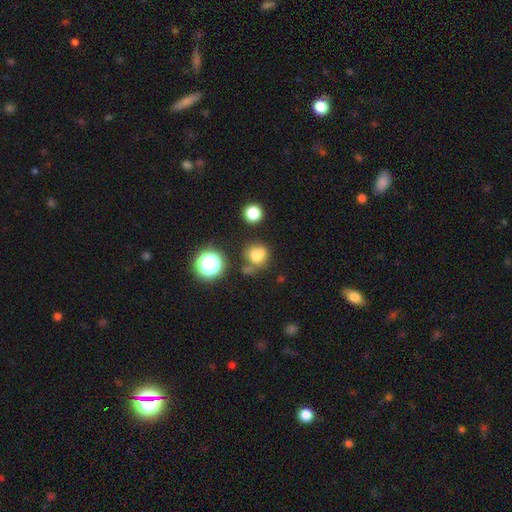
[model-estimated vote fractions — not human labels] Morphology: type=smooth (72%); roundness=round (79%); merging=none (57%).